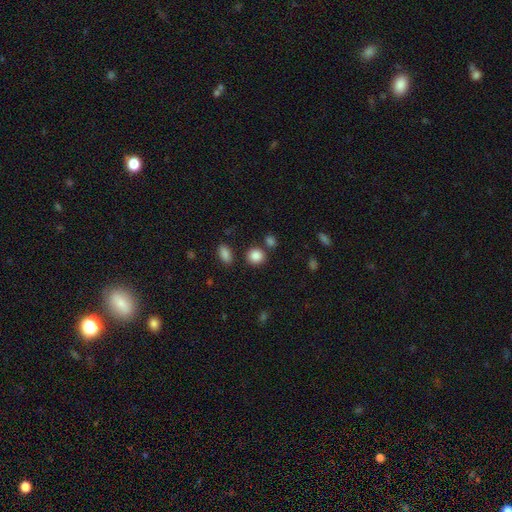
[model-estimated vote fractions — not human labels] smooth_or_featured: smooth (p=0.86) [alt: star or artifact p=0.10]
how_rounded: round (p=0.82) [alt: in between p=0.17]
merging: none (p=0.79) [alt: minor disturbance p=0.09]